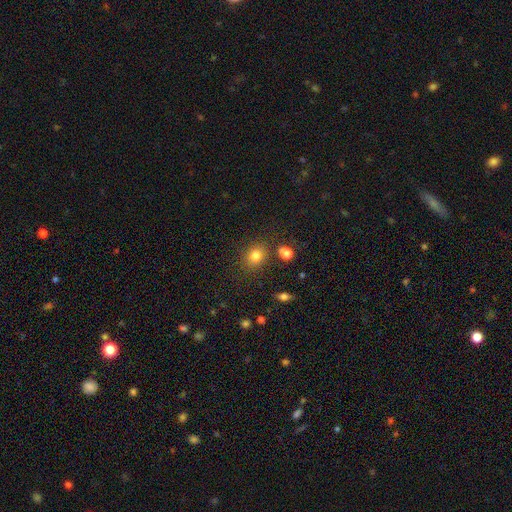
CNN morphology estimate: Smooth or featured: smooth — 80% (star or artifact — 12%)
How rounded: round — 58% (in between — 41%)
Merging: none — 79% (minor disturbance — 11%)